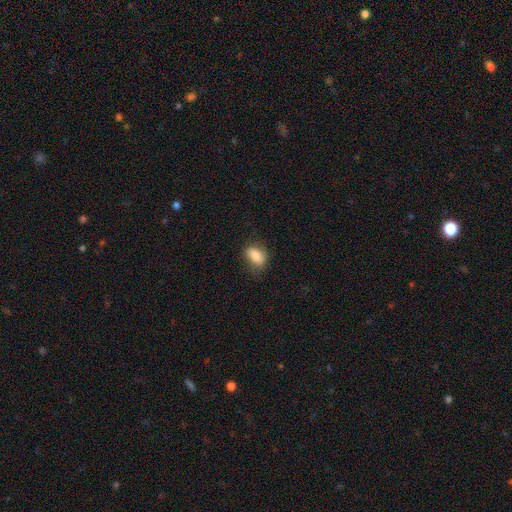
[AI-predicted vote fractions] smooth_or_featured: smooth (p=0.79) [alt: featured or disk p=0.13]
how_rounded: in between (p=0.80) [alt: round p=0.18]
merging: none (p=0.72) [alt: minor disturbance p=0.22]